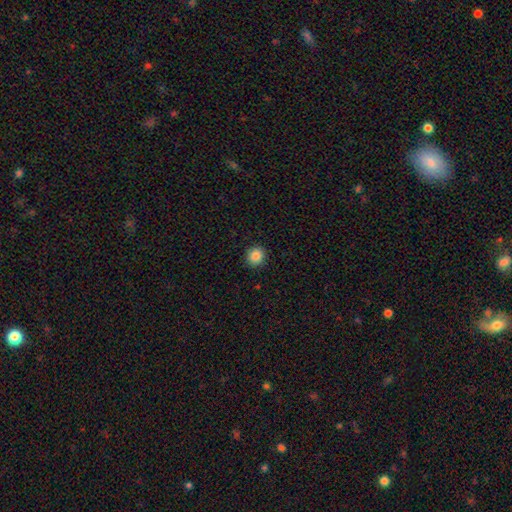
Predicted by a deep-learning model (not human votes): Morphology: type=smooth (86%); roundness=round (90%); merging=none (92%).